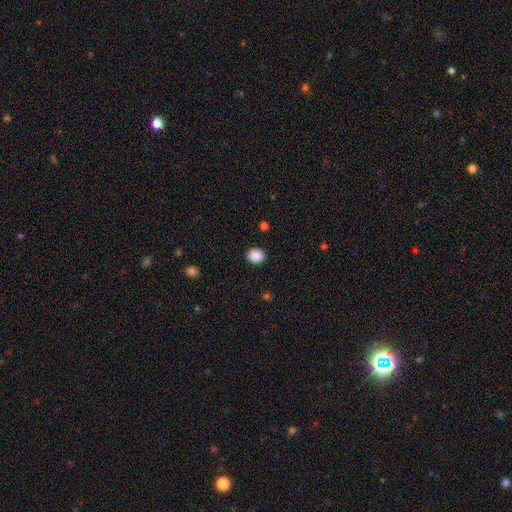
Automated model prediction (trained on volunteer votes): A smooth galaxy with no disk features (89%) that is round (76%). Merging: none (91%).